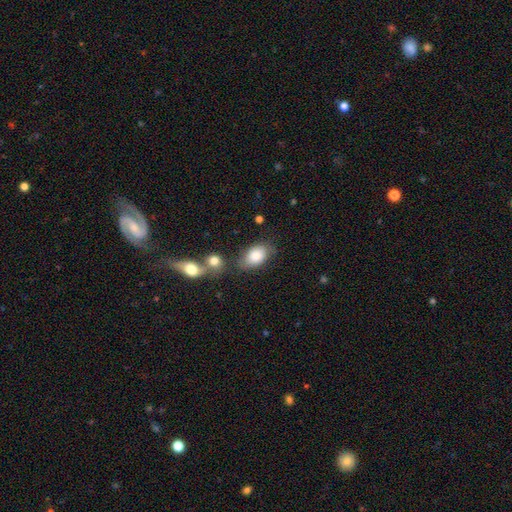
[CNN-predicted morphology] A smooth galaxy with no disk features (82%) that is in between round and cigar-shaped (87%). Merging: none (59%).